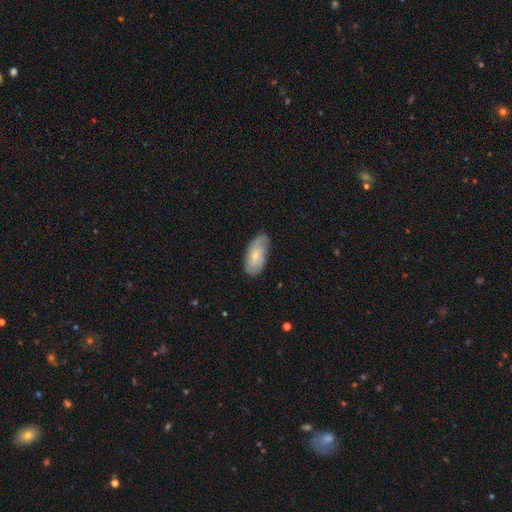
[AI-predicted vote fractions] This is possibly a featured or disk galaxy (47%). Merging: likely none (70%).